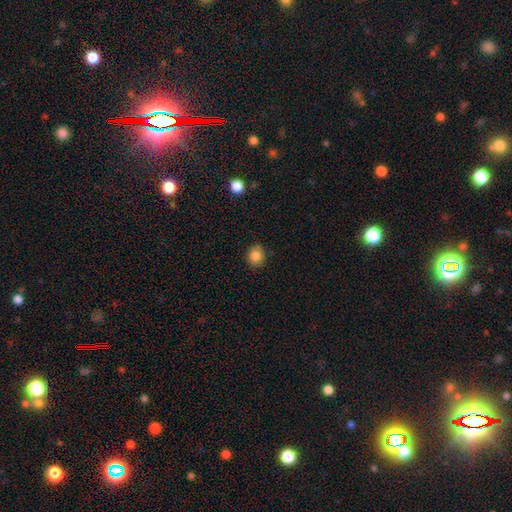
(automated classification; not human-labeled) Morphology: type=smooth (85%); roundness=round (75%); merging=none (87%).